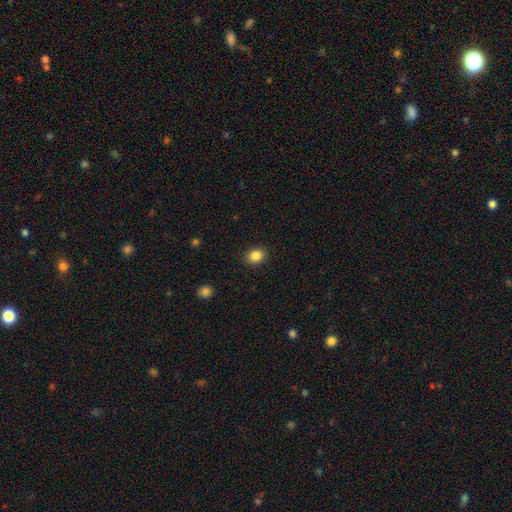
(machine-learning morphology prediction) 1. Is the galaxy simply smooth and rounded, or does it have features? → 85% smooth, 10% star or artifact, 5% featured or disk.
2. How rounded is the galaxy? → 56% round, 43% in between, 1% cigar-shaped.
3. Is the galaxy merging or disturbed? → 90% none, 7% minor disturbance, 2% major disturbance, 1% merger.